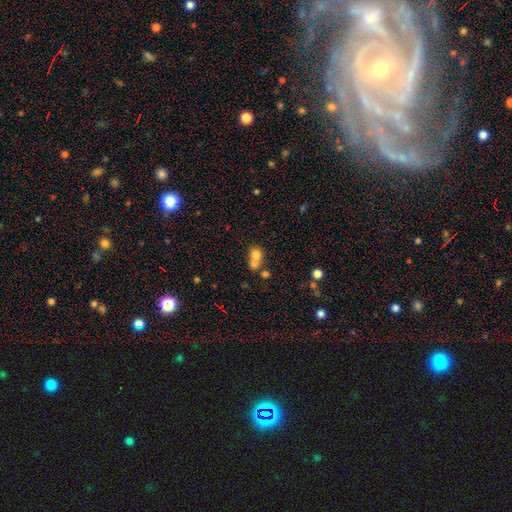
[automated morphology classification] A smooth galaxy with no disk features (72%) that is round (70%).

Vote fractions:
- Smooth or featured? smooth: 72% / featured or disk: 15% / star or artifact: 13%
- How rounded? round: 70% / in between: 29% / cigar-shaped: 1%
- Merging? merger: 59% / none: 31% / minor disturbance: 7% / major disturbance: 3%